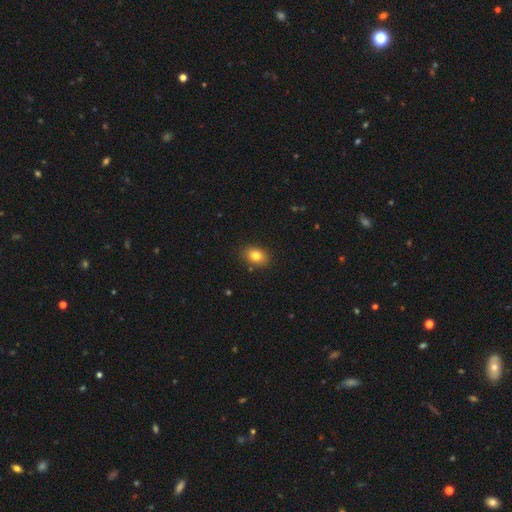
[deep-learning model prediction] Smooth or featured?
  - smooth: 82% *
  - star or artifact: 9%
  - featured or disk: 9%
How rounded?
  - in between: 77% *
  - round: 21%
  - cigar-shaped: 1%
Merging?
  - none: 86% *
  - minor disturbance: 10%
  - major disturbance: 2%
  - merger: 2%